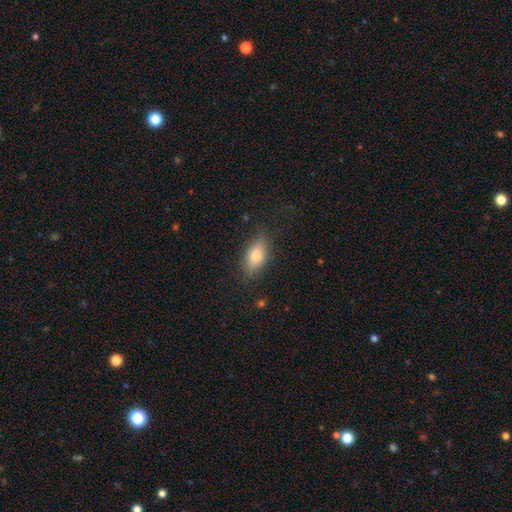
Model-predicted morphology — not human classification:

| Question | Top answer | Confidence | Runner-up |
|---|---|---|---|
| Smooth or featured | smooth | 75% | featured or disk (17%) |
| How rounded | in between | 83% | cigar-shaped (11%) |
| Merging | none | 81% | minor disturbance (14%) |